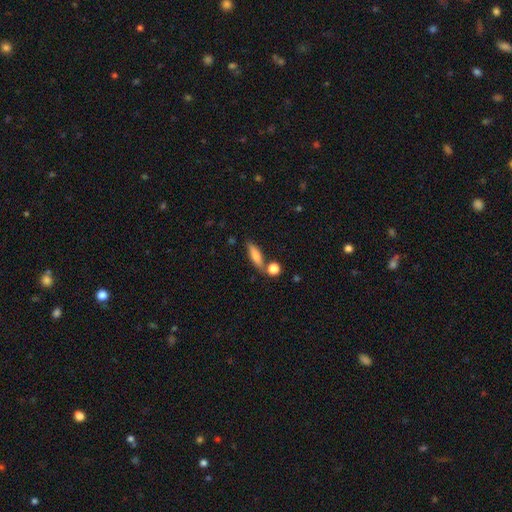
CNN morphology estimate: The model was most divided on "how rounded": cigar-shaped: 57%, in between: 38%, round: 4%. More confident: smooth or featured — smooth (73%); merging — none (69%).